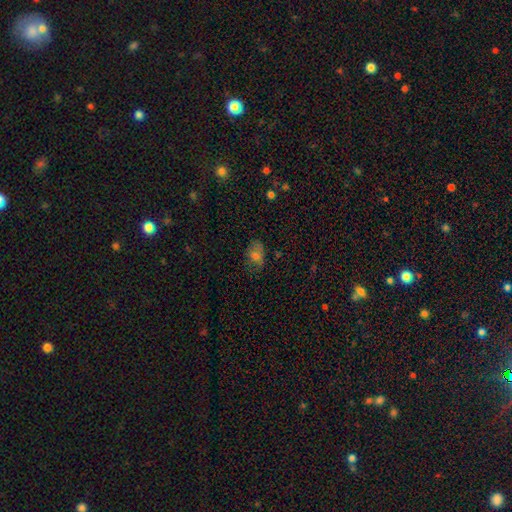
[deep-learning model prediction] Q: Smooth or featured?
A: smooth (69%); runner-up: featured or disk (17%)
Q: How rounded?
A: in between (79%); runner-up: round (19%)
Q: Merging?
A: none (59%); runner-up: minor disturbance (28%)